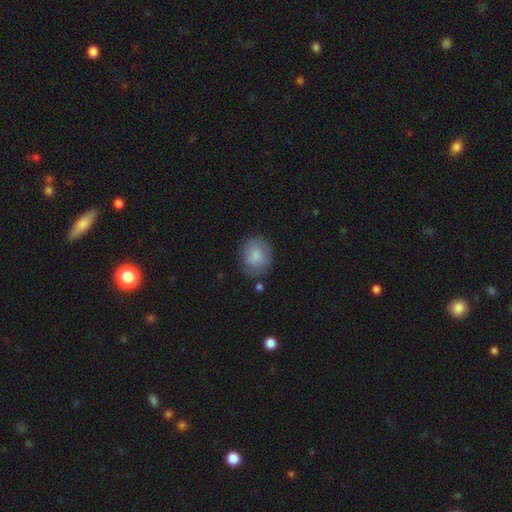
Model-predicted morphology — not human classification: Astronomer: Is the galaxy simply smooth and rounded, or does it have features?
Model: smooth — 83%.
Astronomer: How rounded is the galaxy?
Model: in between — 50% (runner-up: round, 49%).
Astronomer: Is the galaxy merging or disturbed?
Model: none — 72%.